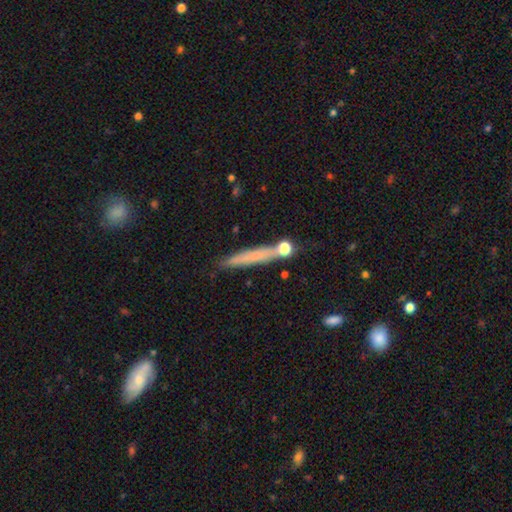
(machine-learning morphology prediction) smooth 61%, featured or disk 29%, star or artifact 10%. Down the decision tree: how rounded — cigar-shaped (93%); merging — none (78%).